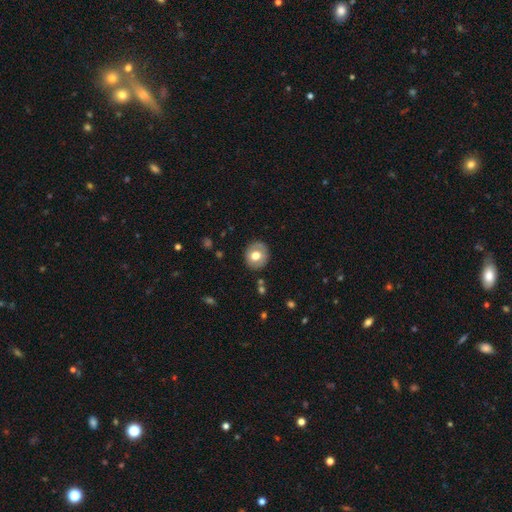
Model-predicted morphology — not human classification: type=smooth (64%); roundness=round (80%); merging=none (84%).